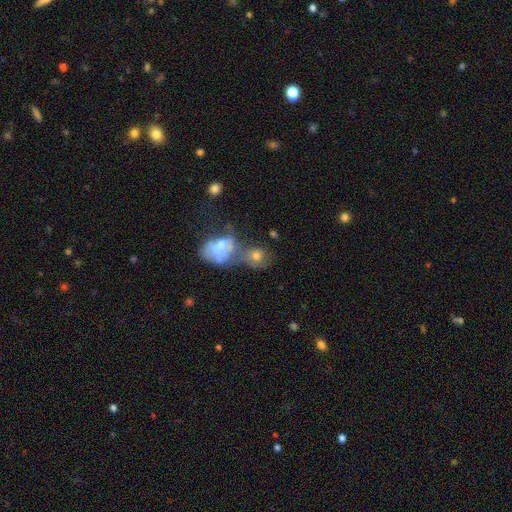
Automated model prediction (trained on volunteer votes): A smooth galaxy with no disk features (54%) that is round (58%). Merging: merger (47%).